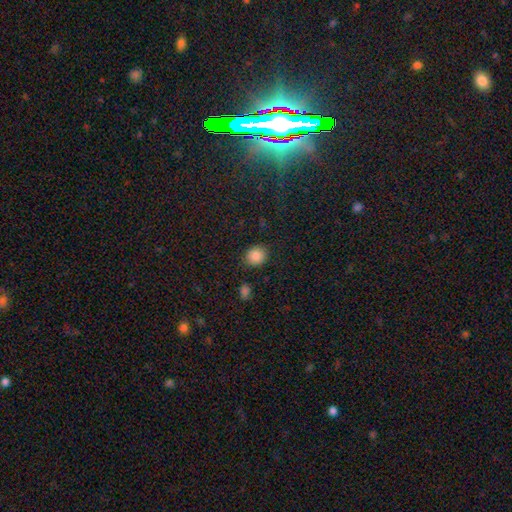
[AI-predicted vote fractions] smooth-or-featured: smooth: 86% | star or artifact: 10% | featured or disk: 4%
  how-rounded: round: 74% | in between: 25% | cigar-shaped: 1%
  merging: none: 86% | minor disturbance: 9% | major disturbance: 3% | merger: 2%